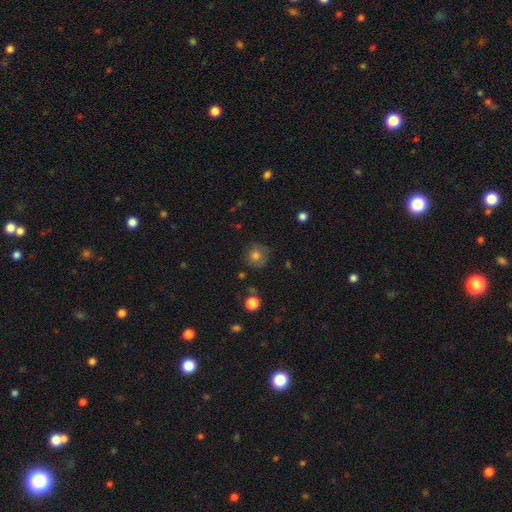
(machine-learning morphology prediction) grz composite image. It shows a smooth galaxy with no disk features (74%) that is round (89%). Merging: none (72%).